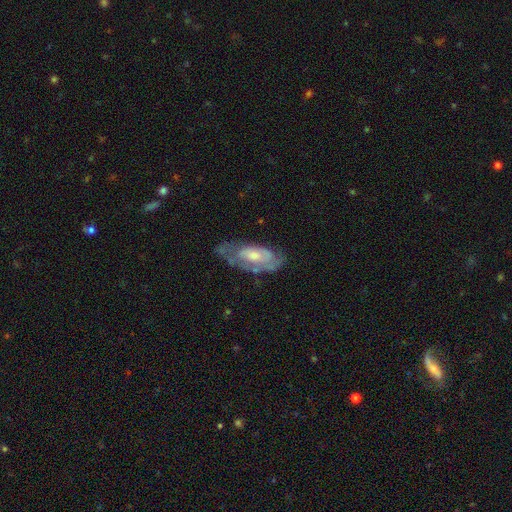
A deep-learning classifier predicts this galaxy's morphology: A featured or disk galaxy (70%) with no bar (70%), spiral arms (71%) and a moderate central bulge (50%). Merging: none (54%).